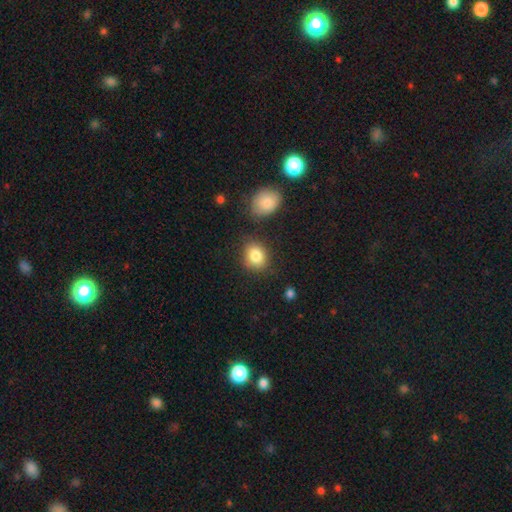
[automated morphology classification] Smooth or featured: smooth — 85% (star or artifact — 8%)
How rounded: round — 54% (in between — 45%)
Merging: none — 76% (minor disturbance — 15%)